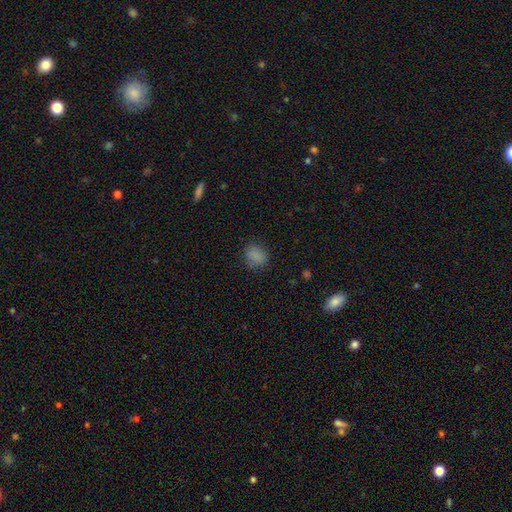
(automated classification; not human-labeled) This appears to be a smooth galaxy with no disk features (83%) that is round (55%). Merging: none (80%).